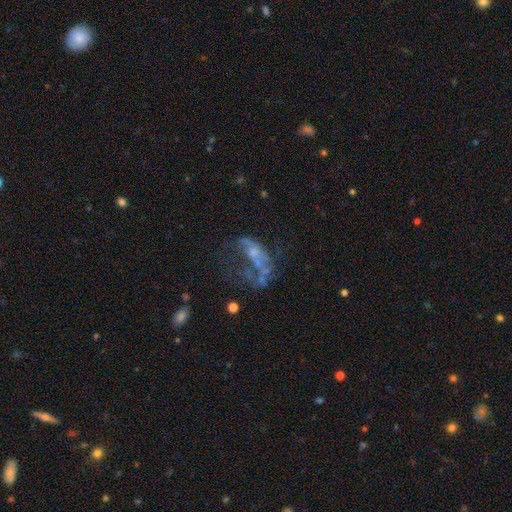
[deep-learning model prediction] This appears to be a featured or disk galaxy (61%) with no bar (84%), no spiral arms (79%) and no central bulge (48%). Merging: major disturbance (45%).